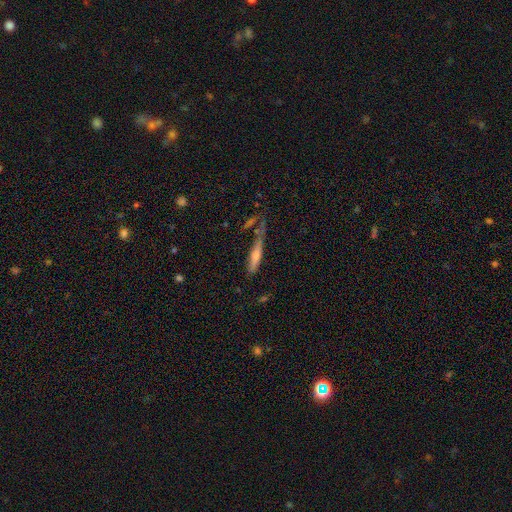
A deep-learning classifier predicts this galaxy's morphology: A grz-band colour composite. It shows a featured or disk galaxy (47%). Merging: none (61%).